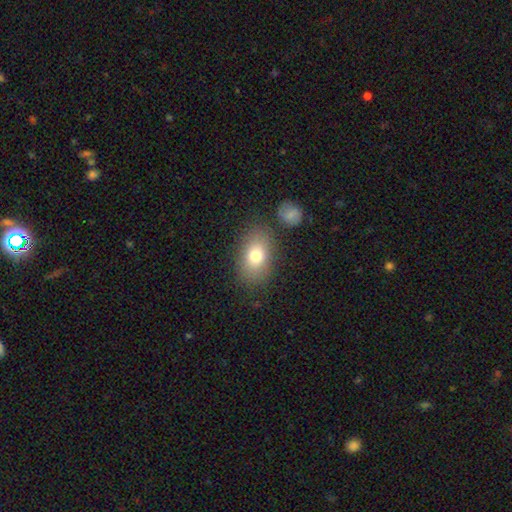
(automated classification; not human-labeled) smooth-or-featured: smooth: 77% | featured or disk: 13% | star or artifact: 9%
  how-rounded: in between: 82% | round: 16% | cigar-shaped: 2%
  merging: none: 79% | minor disturbance: 12% | merger: 5% | major disturbance: 4%